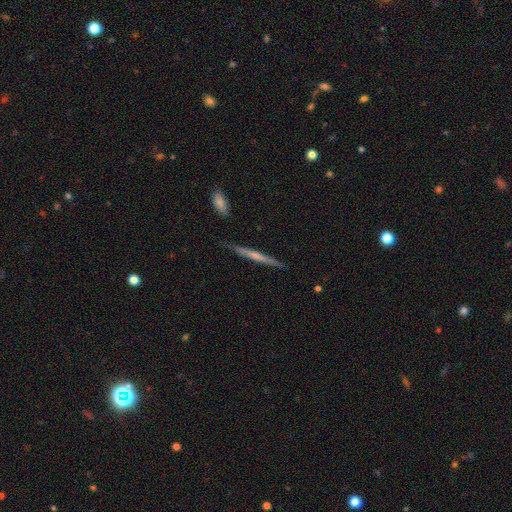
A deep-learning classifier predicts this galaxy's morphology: Overall: featured or disk (54%; smooth 40%). Edge-on disk: yes (96%). Edge-on bulge: none (68%). Merging: none (86%).